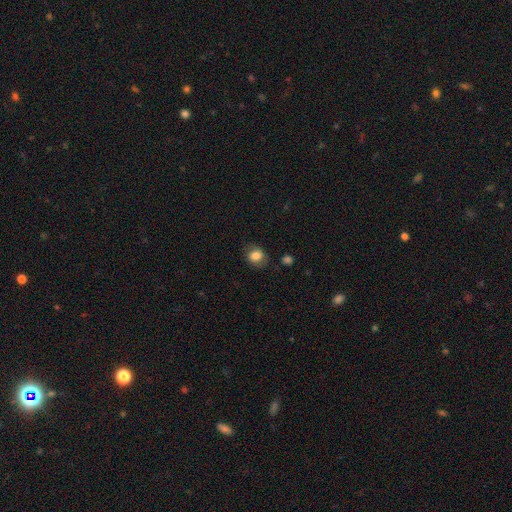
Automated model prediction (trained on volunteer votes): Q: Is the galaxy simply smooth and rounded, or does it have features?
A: smooth — 80%.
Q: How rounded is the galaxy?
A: in between — 50%.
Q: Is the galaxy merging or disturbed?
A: none — 76%.